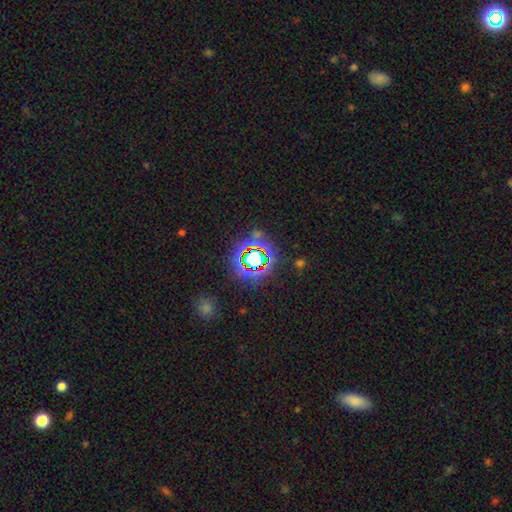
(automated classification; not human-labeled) Smooth or featured? star or artifact (71%)